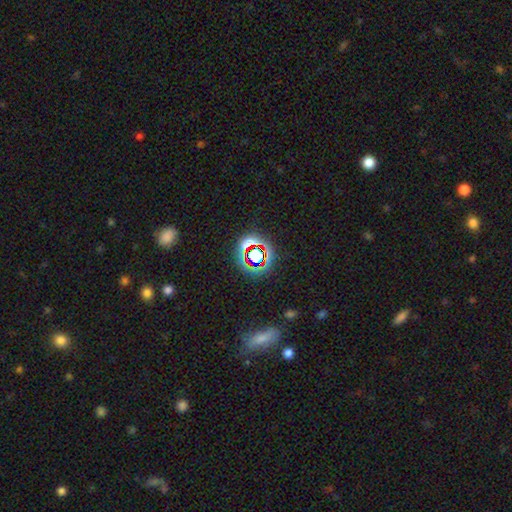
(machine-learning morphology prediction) star or artifact 69%, smooth 21%, featured or disk 10%.